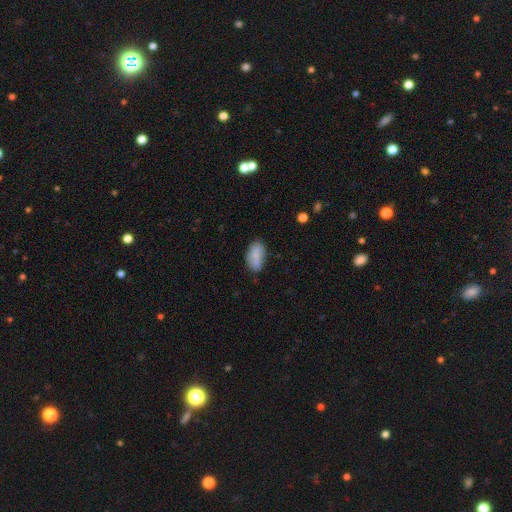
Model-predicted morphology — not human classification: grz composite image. It shows a smooth galaxy with no disk features (78%) that is in between round and cigar-shaped (92%). Merging: none (68%).